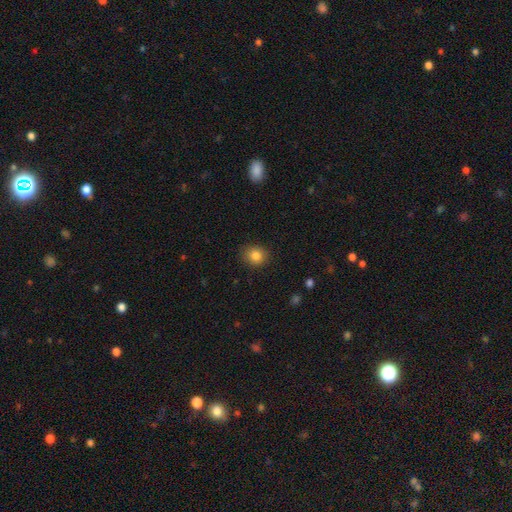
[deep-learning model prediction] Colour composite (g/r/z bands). It shows a smooth galaxy with no disk features (84%) that is round (76%). Merging: none (87%).